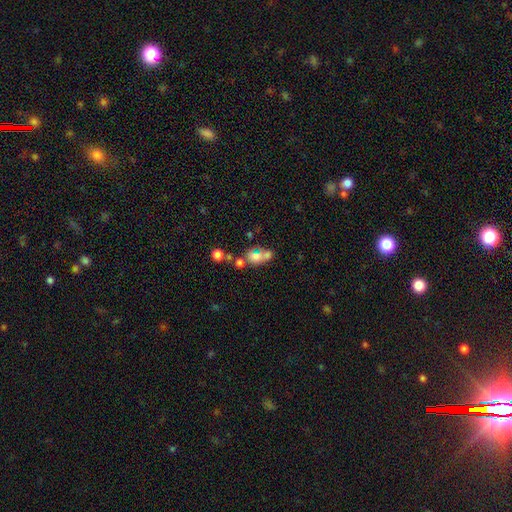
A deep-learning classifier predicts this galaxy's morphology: This appears to be a smooth galaxy with no disk features (61%) that is in between round and cigar-shaped (63%). Merging: merger (51%).